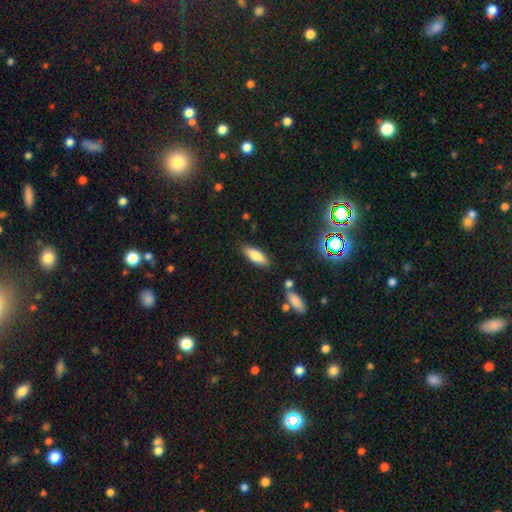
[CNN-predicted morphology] type=smooth (81%); roundness=in between (69%); merging=none (82%).